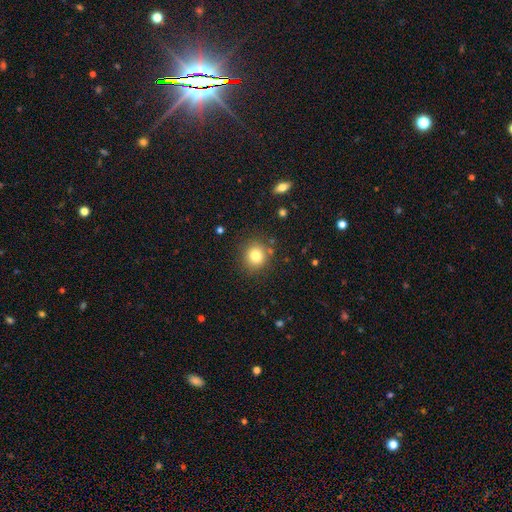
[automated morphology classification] A smooth galaxy with no disk features (80%) that is round (86%).

Vote fractions:
- Smooth or featured? smooth: 80% / star or artifact: 12% / featured or disk: 8%
- How rounded? round: 86% / in between: 13% / cigar-shaped: 1%
- Merging? none: 84% / minor disturbance: 10% / merger: 3% / major disturbance: 3%